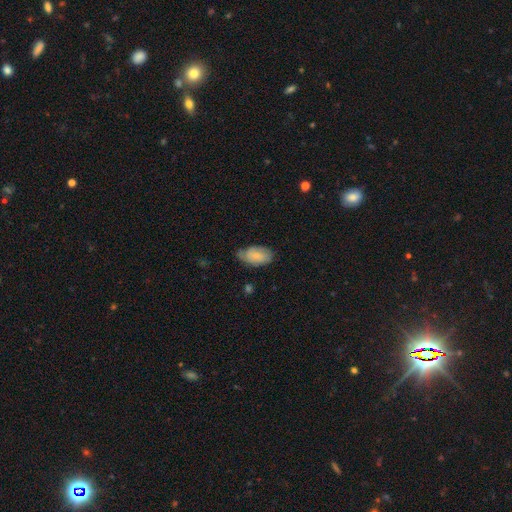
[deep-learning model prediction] A smooth galaxy with no disk features (69%) that is in between round and cigar-shaped (94%).

Vote fractions:
- Smooth or featured? smooth: 69% / featured or disk: 25% / star or artifact: 7%
- How rounded? in between: 94% / round: 4% / cigar-shaped: 2%
- Merging? none: 58% / minor disturbance: 33% / major disturbance: 8% / merger: 2%